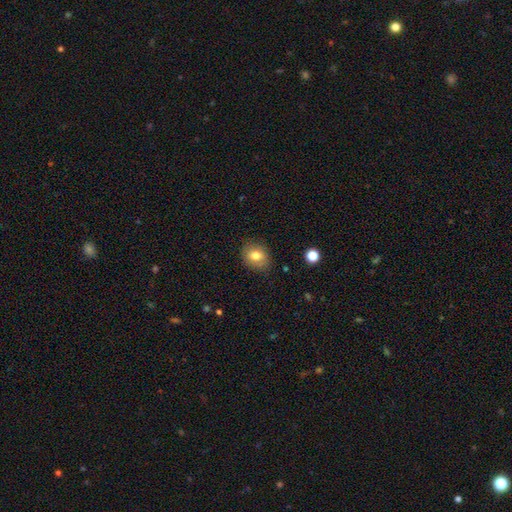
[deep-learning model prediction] Smooth or featured?
  - smooth: 77% *
  - featured or disk: 13%
  - star or artifact: 10%
How rounded?
  - in between: 53% *
  - round: 46%
  - cigar-shaped: 1%
Merging?
  - none: 83% *
  - minor disturbance: 13%
  - major disturbance: 3%
  - merger: 1%